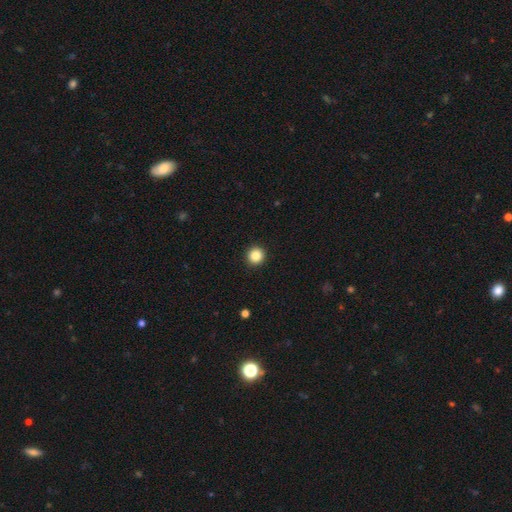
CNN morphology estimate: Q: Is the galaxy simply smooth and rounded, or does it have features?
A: smooth — 87%.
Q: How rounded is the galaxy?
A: round — 95%.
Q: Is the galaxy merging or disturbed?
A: none — 93%.